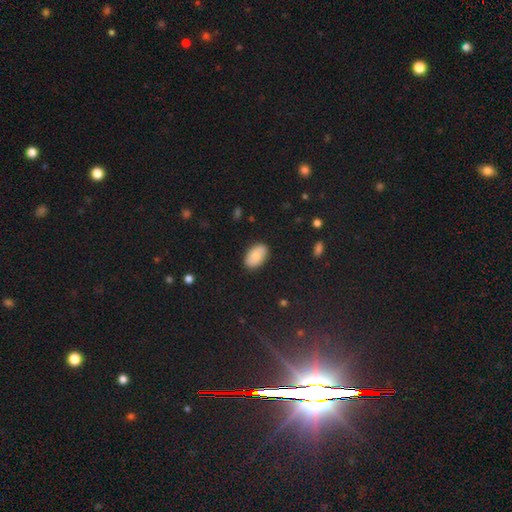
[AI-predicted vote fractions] Smooth or featured? Predicted: smooth (p=0.83). How rounded? Predicted: in between (p=0.93). Merging? Predicted: none (p=0.88).